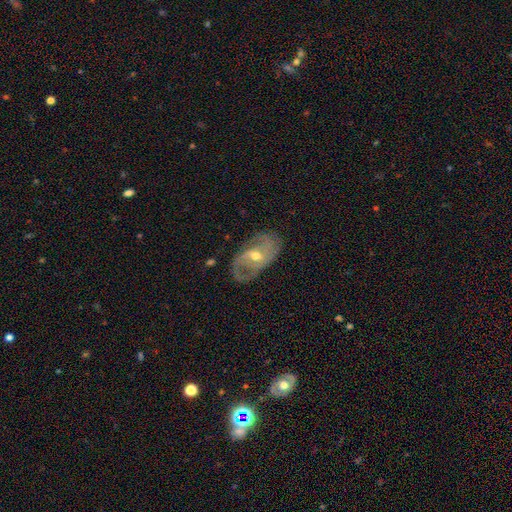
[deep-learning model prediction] Morphology: type=featured or disk (84%); edge-on=no (95%); bar=no (42%, tied with weak); spiral arms=yes (93%); winding=medium (44%); arm count=2 (54%); bulge=moderate (60%); merging=none (71%).